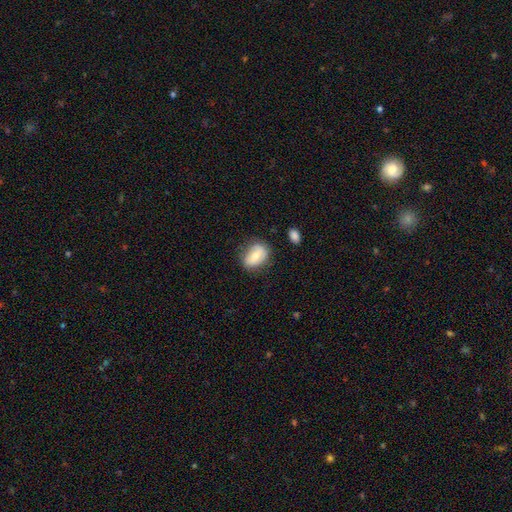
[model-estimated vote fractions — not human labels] Smooth or featured? smooth (62%)
How rounded? in between (74%)
Merging? none (70%)